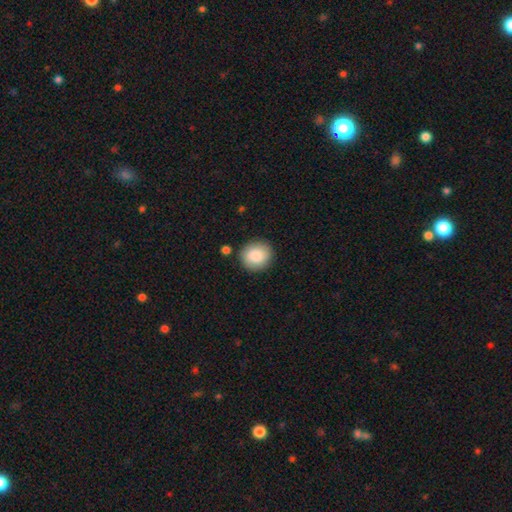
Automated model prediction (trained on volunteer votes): Smooth or featured?
  - smooth: 86% *
  - star or artifact: 7%
  - featured or disk: 7%
How rounded?
  - round: 81% *
  - in between: 18%
  - cigar-shaped: 1%
Merging?
  - none: 86% *
  - minor disturbance: 9%
  - merger: 3%
  - major disturbance: 2%